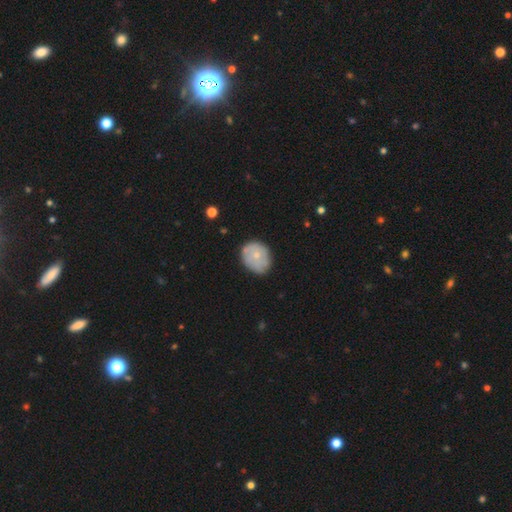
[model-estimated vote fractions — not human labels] This is likely a smooth galaxy (66%). How rounded: possibly round (56%). Merging: likely none (70%).